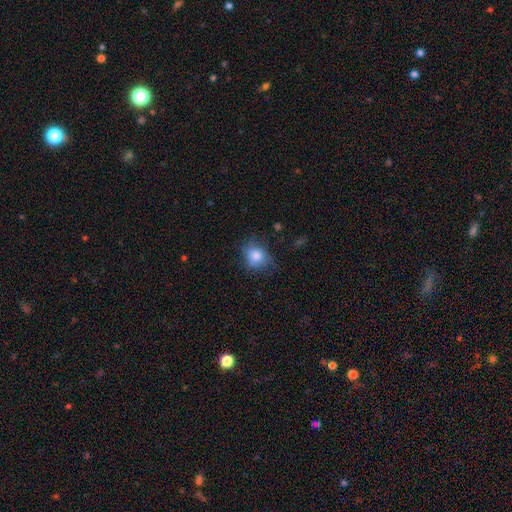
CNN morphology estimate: smooth 78%, featured or disk 13%, star or artifact 9%. Down the decision tree: how rounded — round (60%); merging — none (60%).